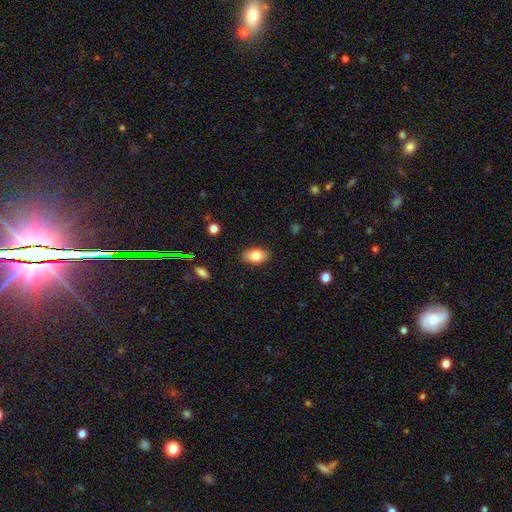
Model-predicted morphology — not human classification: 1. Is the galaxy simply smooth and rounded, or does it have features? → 82% smooth, 10% featured or disk, 8% star or artifact.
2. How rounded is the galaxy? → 88% in between, 10% round, 2% cigar-shaped.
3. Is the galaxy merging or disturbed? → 87% none, 9% minor disturbance, 2% major disturbance, 1% merger.